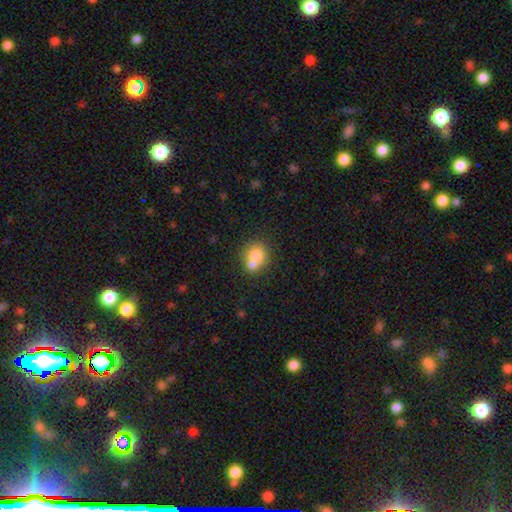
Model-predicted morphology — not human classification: A smooth galaxy with no disk features (72%) that is round (70%). Merging: merger (51%).